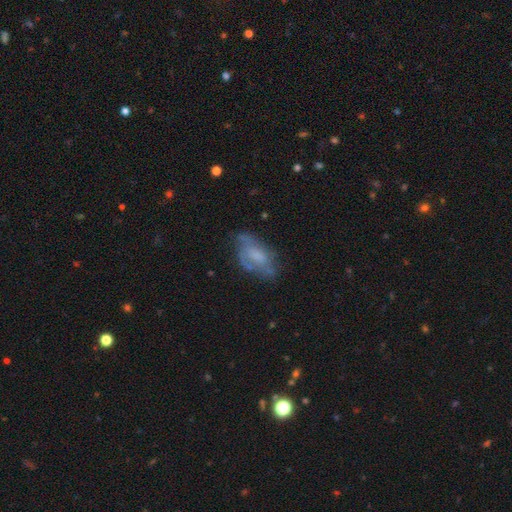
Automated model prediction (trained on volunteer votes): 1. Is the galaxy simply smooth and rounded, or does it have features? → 57% featured or disk, 34% smooth, 9% star or artifact.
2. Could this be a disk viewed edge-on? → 94% no, 6% yes.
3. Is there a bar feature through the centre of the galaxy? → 62% no, 31% weak, 7% strong.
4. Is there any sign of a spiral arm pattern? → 66% yes, 34% no.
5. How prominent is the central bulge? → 34% none, 30% moderate, 23% small, 12% large, 2% dominant.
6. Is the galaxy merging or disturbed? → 51% none, 27% minor disturbance, 19% major disturbance, 3% merger.